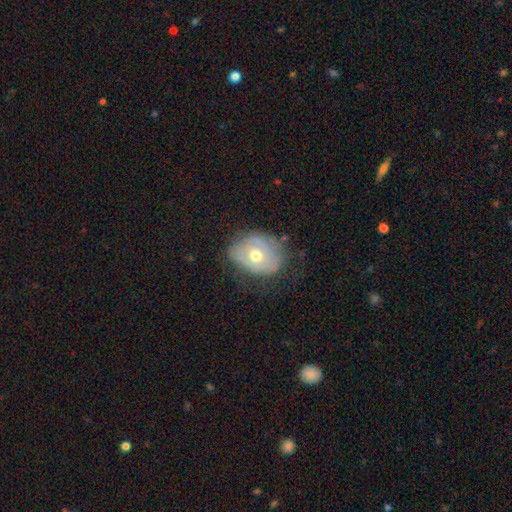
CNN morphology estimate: smooth_or_featured: featured or disk (p=0.58) [alt: smooth p=0.35]
disk_edge_on: no (p=0.94) [alt: yes p=0.06]
bar: no (p=0.82) [alt: weak p=0.14]
has_spiral_arms: no (p=0.55) [alt: yes p=0.45]
bulge_size: moderate (p=0.78) [alt: small p=0.14]
merging: none (p=0.59) [alt: minor disturbance p=0.28]